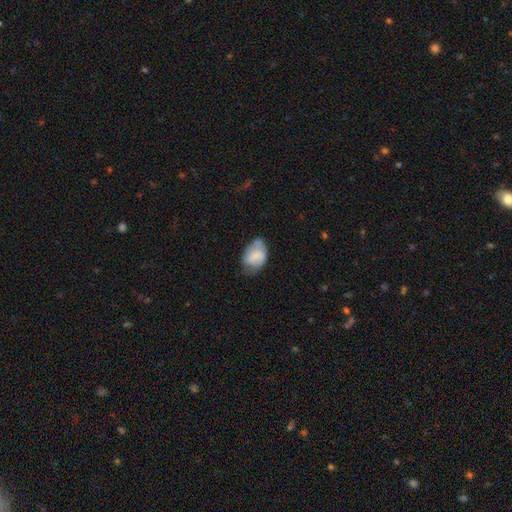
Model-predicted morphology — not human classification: smooth 73%, featured or disk 19%, star or artifact 7%. Down the decision tree: how rounded — in between (83%); merging — none (42%).